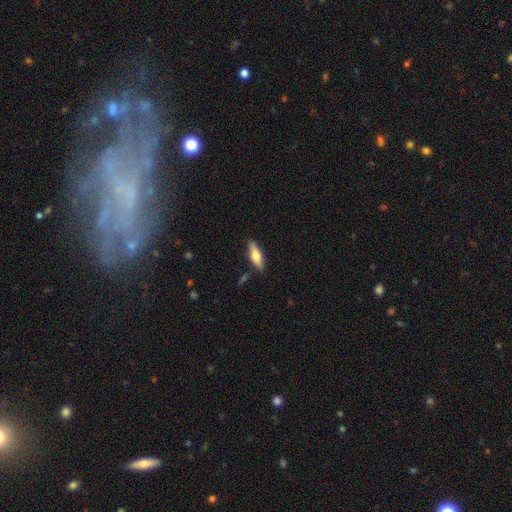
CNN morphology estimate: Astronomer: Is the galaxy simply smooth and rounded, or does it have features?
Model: smooth — 65%.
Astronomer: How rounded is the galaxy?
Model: in between — 51% (runner-up: cigar-shaped, 47%).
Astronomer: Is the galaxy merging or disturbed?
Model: none — 83%.